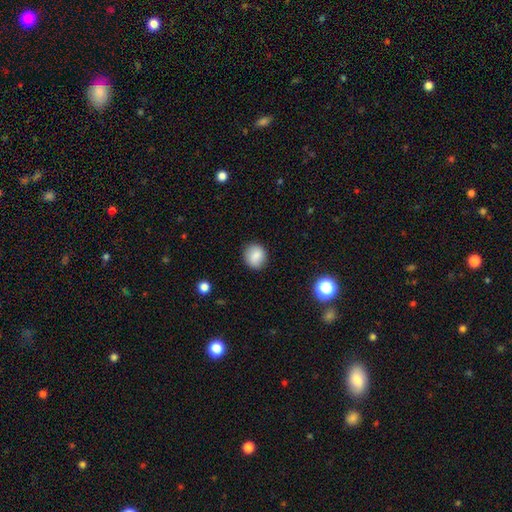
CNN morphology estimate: Overall: smooth (84%). How rounded: round (79%). Merging: none (87%).